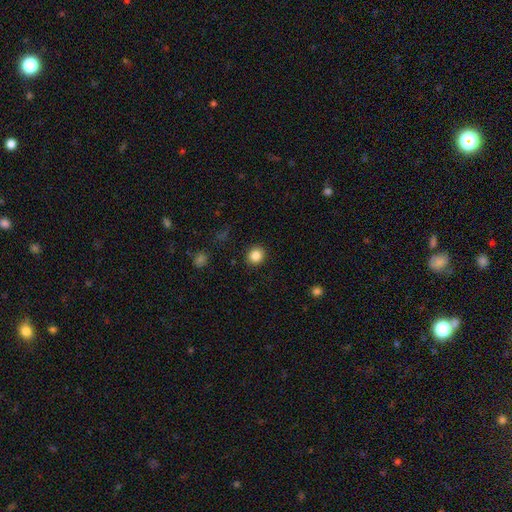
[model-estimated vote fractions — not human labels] Smooth or featured: smooth — 85% (star or artifact — 10%)
How rounded: round — 80% (in between — 19%)
Merging: none — 90% (minor disturbance — 6%)